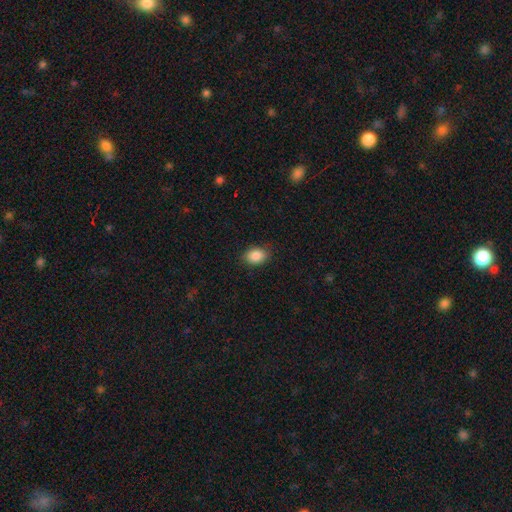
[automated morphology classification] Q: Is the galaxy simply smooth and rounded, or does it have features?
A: smooth — 88%.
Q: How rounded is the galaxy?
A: in between — 75%.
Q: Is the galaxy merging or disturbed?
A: none — 85%.